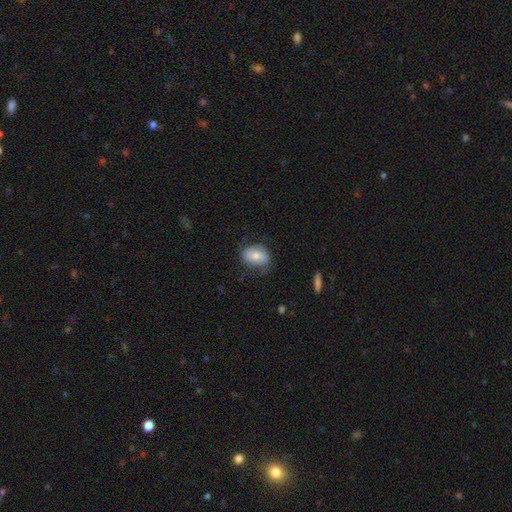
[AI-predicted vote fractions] Smooth or featured: smooth — 68% (featured or disk — 24%)
How rounded: in between — 72% (round — 26%)
Merging: none — 67% (minor disturbance — 24%)